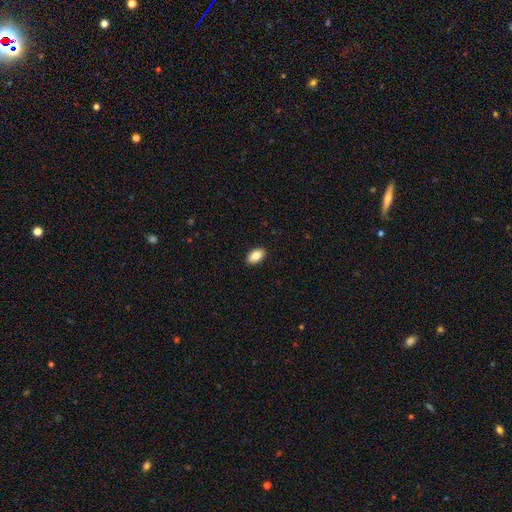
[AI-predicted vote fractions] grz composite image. It shows a smooth galaxy with no disk features (84%) that is in between round and cigar-shaped (93%). Merging: none (90%).